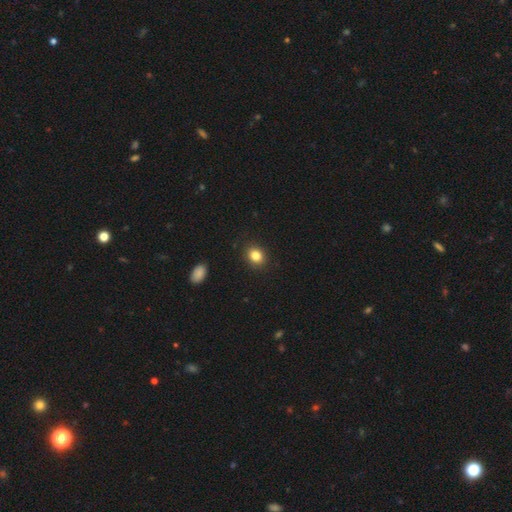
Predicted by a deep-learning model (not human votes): Smooth or featured: smooth — 84% (star or artifact — 10%)
How rounded: round — 54% (in between — 45%)
Merging: none — 89% (minor disturbance — 8%)